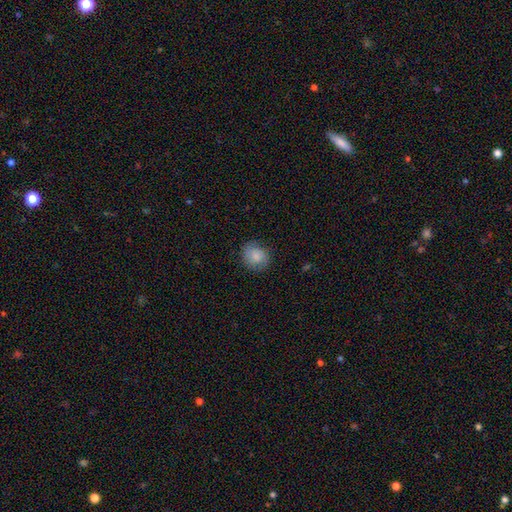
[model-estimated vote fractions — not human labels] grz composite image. It shows a smooth galaxy with no disk features (77%) that is round (73%). Merging: none (80%).